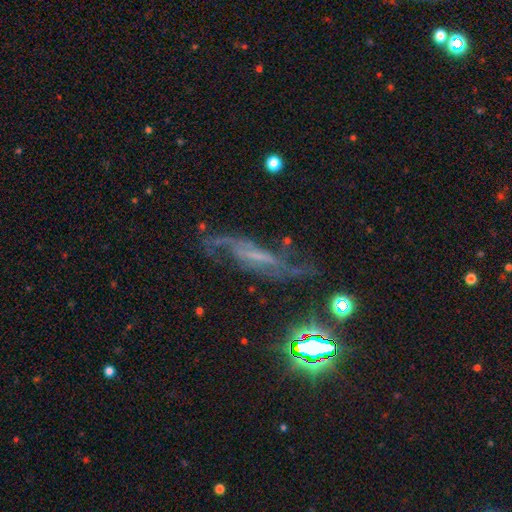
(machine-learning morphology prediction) The model was most divided on "bar" (2-way tie): weak: 38%, strong: 38%, no: 24%. Remaining: spiral arms — yes (89%); edge-on disk — no (82%); spiral arm count — 2 (76%); smooth or featured — featured or disk (74%); merging — none (57%); bulge size — none (45%); spiral winding — loose (44%).